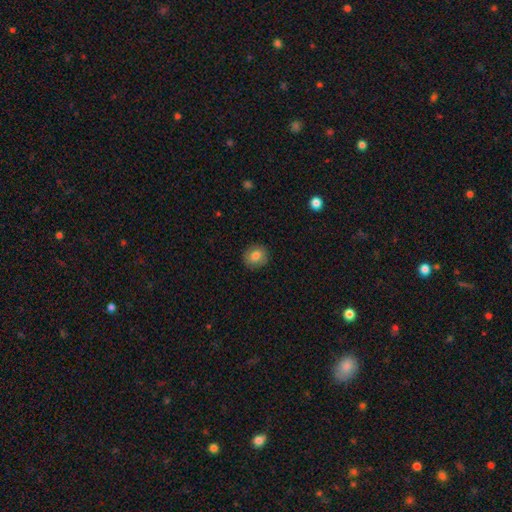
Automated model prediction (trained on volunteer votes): Smooth or featured: smooth — 82% (star or artifact — 9%)
How rounded: round — 77% (in between — 22%)
Merging: none — 89% (minor disturbance — 8%)